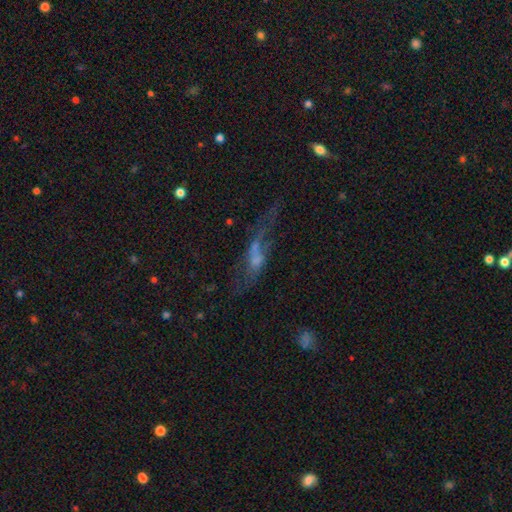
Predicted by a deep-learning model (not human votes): Smooth or featured? Predicted: featured or disk (p=0.55). Edge-on disk? Predicted: no (p=0.78). Merging? Predicted: major disturbance (p=0.40).